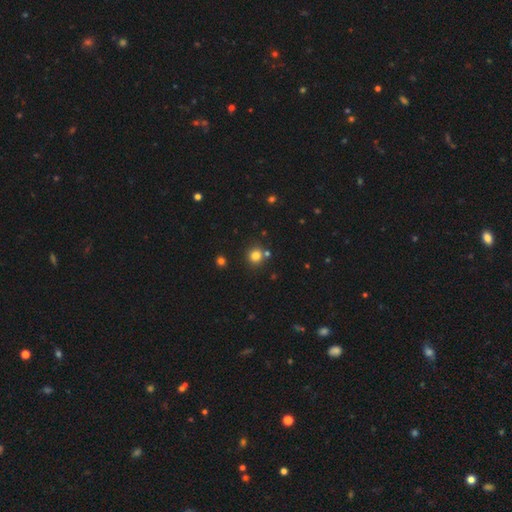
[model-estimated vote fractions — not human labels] A smooth galaxy with no disk features (80%) that is round (91%).

Vote fractions:
- Smooth or featured? smooth: 80% / star or artifact: 14% / featured or disk: 6%
- How rounded? round: 91% / in between: 8% / cigar-shaped: 1%
- Merging? none: 79% / merger: 11% / minor disturbance: 8% / major disturbance: 3%